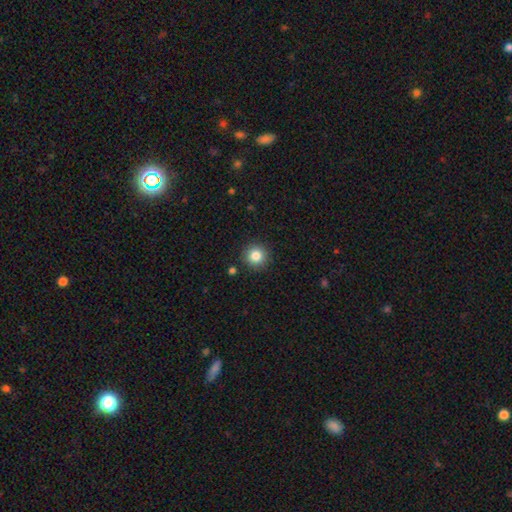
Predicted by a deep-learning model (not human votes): The model was most divided on "smooth or featured": smooth: 83%, star or artifact: 11%, featured or disk: 6%. More confident: how rounded — round (95%); merging — none (90%).